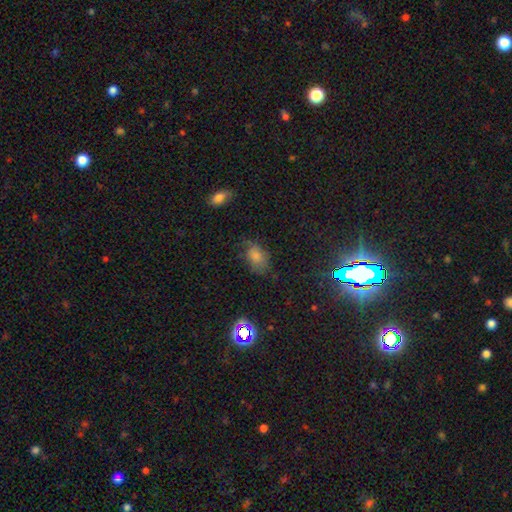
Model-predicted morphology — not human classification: smooth-or-featured: smooth: 54% | star or artifact: 30% | featured or disk: 16%
  how-rounded: in between: 82% | round: 16% | cigar-shaped: 2%
  merging: none: 61% | minor disturbance: 26% | major disturbance: 11% | merger: 2%